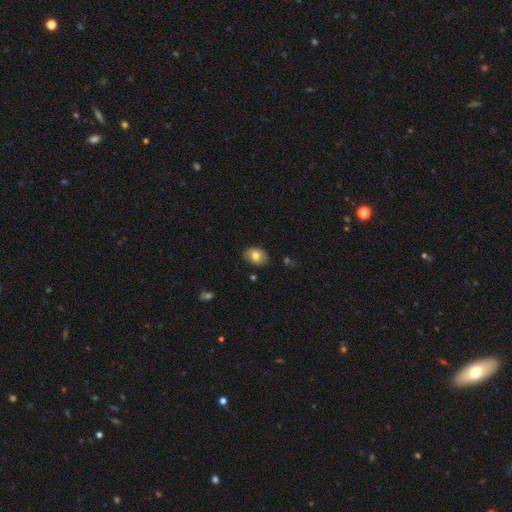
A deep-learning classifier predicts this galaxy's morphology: A smooth galaxy with no disk features (74%) that is in between round and cigar-shaped (79%). Merging: none (79%).